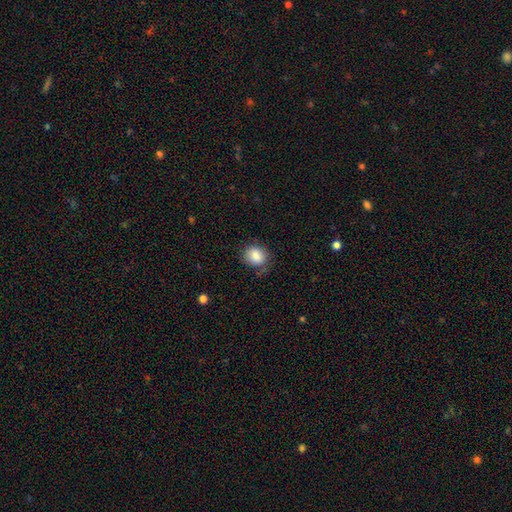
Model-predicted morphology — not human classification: Smooth or featured: smooth — 84% (star or artifact — 9%)
How rounded: round — 66% (in between — 33%)
Merging: none — 72% (minor disturbance — 20%)